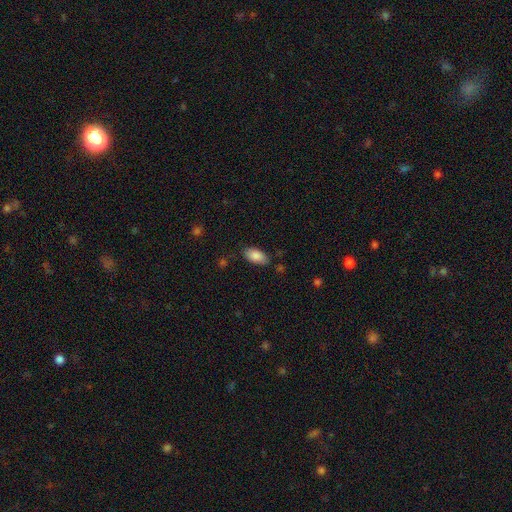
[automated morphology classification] Q: Smooth or featured?
A: smooth (87%); runner-up: star or artifact (7%)
Q: How rounded?
A: in between (93%); runner-up: cigar-shaped (4%)
Q: Merging?
A: none (79%); runner-up: minor disturbance (15%)